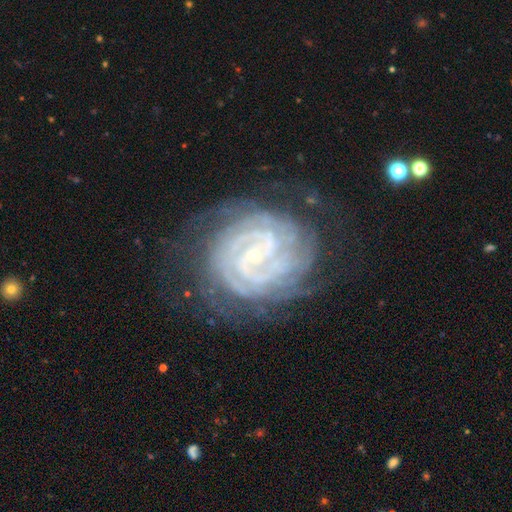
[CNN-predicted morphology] Smooth or featured: featured or disk — 90% (star or artifact — 6%)
Edge-on disk: no — 98% (yes — 2%)
Bar: no — 46% (weak — 36%)
Spiral arms: yes — 98% (no — 2%)
Spiral winding: tight — 84% (medium — 14%)
Spiral arm count: 2 — 28% (can't tell — 20%)
Bulge size: small — 86% (moderate — 9%)
Merging: none — 75% (minor disturbance — 17%)